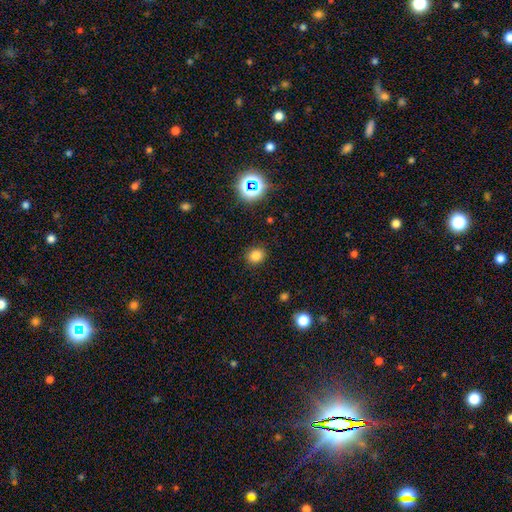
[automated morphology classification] smooth 80%, star or artifact 15%, featured or disk 5%. Down the decision tree: how rounded — round (74%); merging — none (88%).